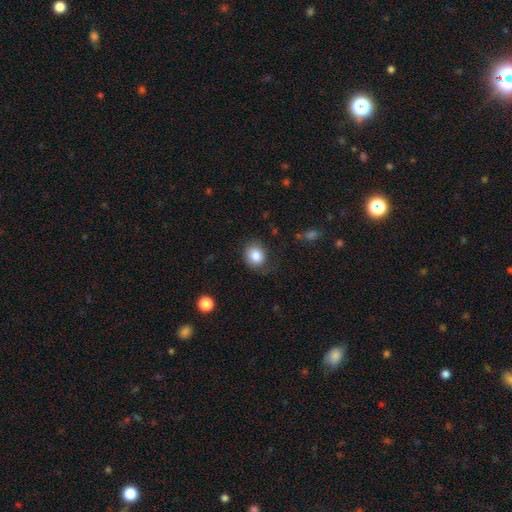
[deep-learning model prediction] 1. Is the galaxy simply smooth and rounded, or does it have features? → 84% smooth, 9% star or artifact, 7% featured or disk.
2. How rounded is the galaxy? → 71% round, 28% in between, 1% cigar-shaped.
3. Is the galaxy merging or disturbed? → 70% none, 20% minor disturbance, 8% major disturbance, 2% merger.